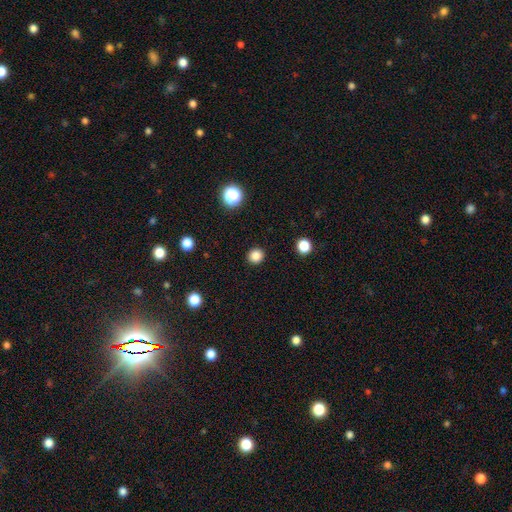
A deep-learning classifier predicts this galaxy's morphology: Q: Smooth or featured?
A: smooth (85%); runner-up: star or artifact (12%)
Q: How rounded?
A: round (91%); runner-up: in between (8%)
Q: Merging?
A: none (92%); runner-up: minor disturbance (5%)